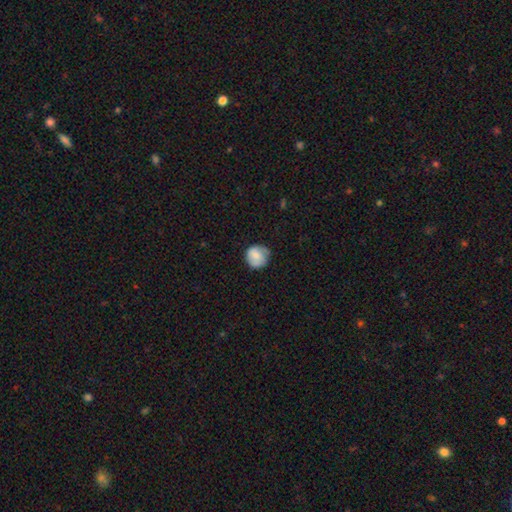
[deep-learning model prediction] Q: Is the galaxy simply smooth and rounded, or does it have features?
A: smooth — 70%.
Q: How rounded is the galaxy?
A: round — 89%.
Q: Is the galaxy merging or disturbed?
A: none — 68%.